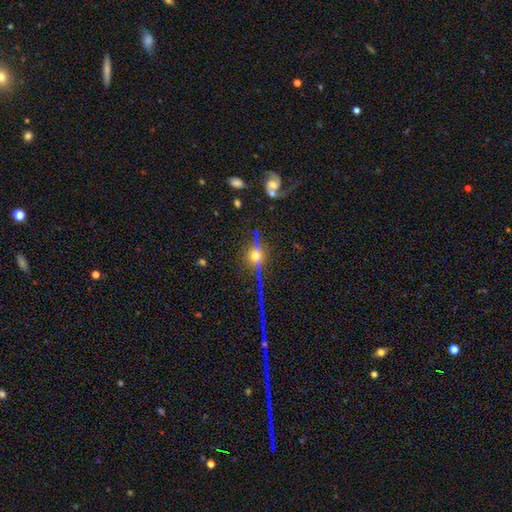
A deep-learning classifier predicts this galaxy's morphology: featured or disk 68%, star or artifact 19%, smooth 13%. Down the decision tree: edge-on disk — yes (87%); edge-on bulge — rounded (96%); merging — none (79%).